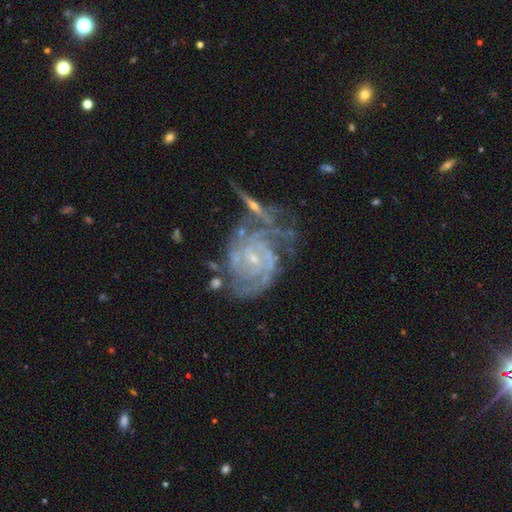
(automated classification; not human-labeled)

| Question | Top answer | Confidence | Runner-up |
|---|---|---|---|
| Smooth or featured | featured or disk | 85% | star or artifact (8%) |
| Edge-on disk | no | 97% | yes (3%) |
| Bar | no | 50% | weak (37%) |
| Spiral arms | yes | 96% | no (4%) |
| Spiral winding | tight | 65% | medium (29%) |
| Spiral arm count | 2 | 36% | can't tell (24%) |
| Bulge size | small | 77% | moderate (17%) |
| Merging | none | 42% | merger (21%) |